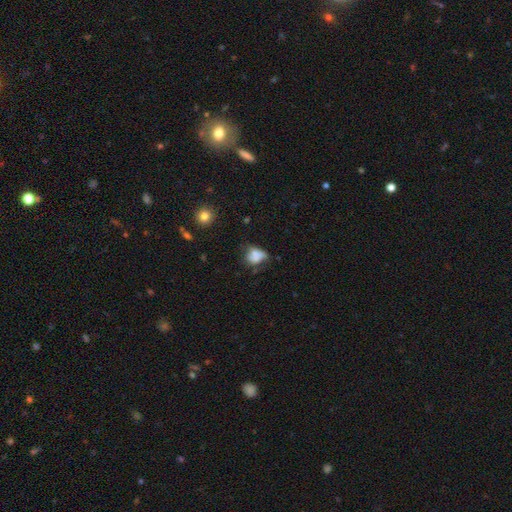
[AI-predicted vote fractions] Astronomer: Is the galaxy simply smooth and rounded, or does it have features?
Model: smooth — 63%.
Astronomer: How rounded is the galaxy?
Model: in between — 64%.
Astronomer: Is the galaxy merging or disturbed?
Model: none — 30% (runner-up: minor disturbance, 28%).